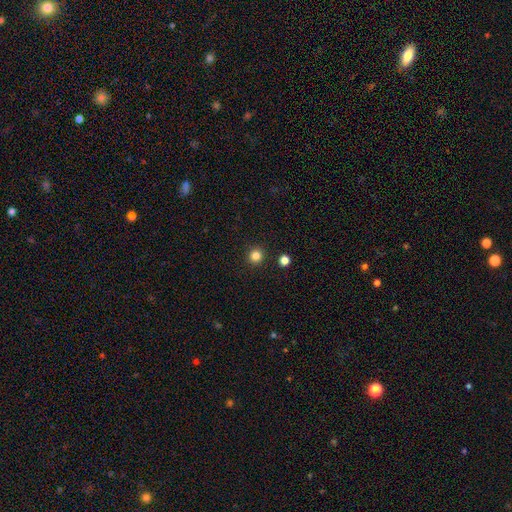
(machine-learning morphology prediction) This appears to be a smooth galaxy with no disk features (82%) that is round (95%). Merging: none (92%).